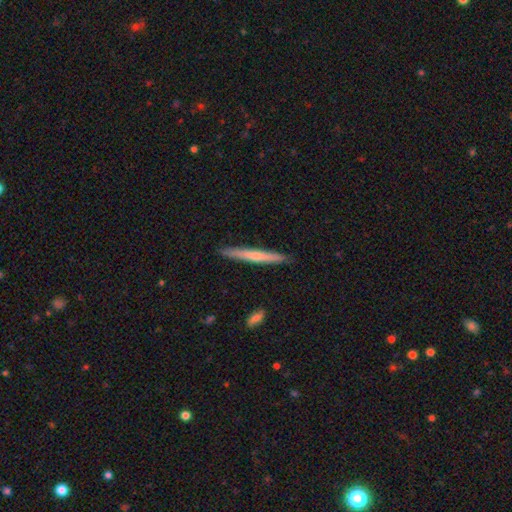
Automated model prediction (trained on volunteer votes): Smooth or featured? smooth (51%)
How rounded? cigar-shaped (96%)
Merging? none (90%)